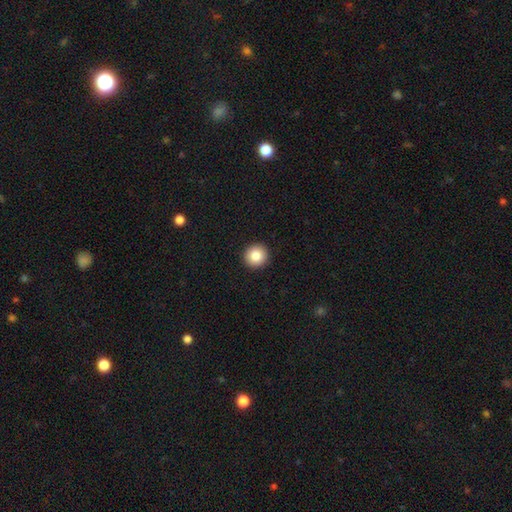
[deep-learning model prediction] Smooth or featured? Predicted: smooth (p=0.84). How rounded? Predicted: round (p=0.95). Merging? Predicted: none (p=0.94).